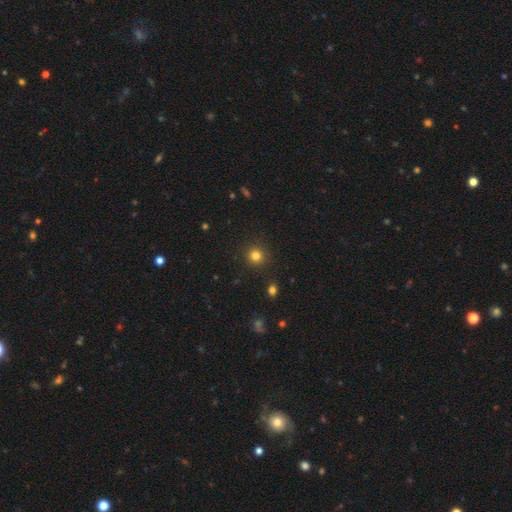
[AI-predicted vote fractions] Smooth or featured: smooth — 81% (star or artifact — 14%)
How rounded: round — 93% (in between — 6%)
Merging: none — 91% (minor disturbance — 6%)